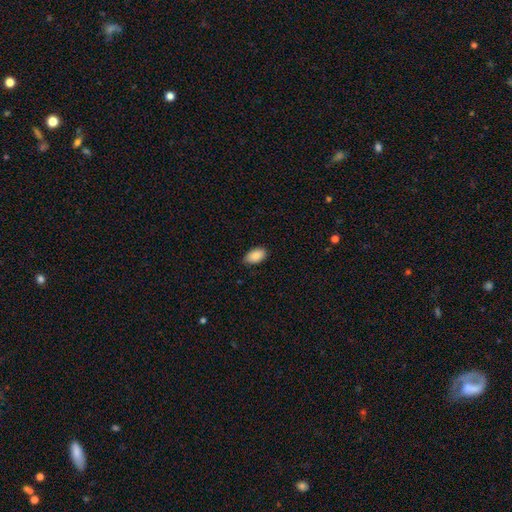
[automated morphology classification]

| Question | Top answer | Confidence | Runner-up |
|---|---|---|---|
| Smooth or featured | smooth | 88% | star or artifact (7%) |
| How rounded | in between | 94% | round (4%) |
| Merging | none | 85% | minor disturbance (13%) |